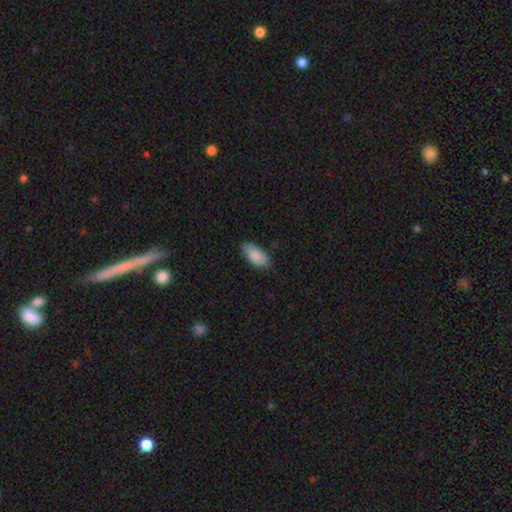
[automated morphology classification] Smooth or featured? Predicted: smooth (p=0.86). How rounded? Predicted: in between (p=0.91). Merging? Predicted: none (p=0.75).